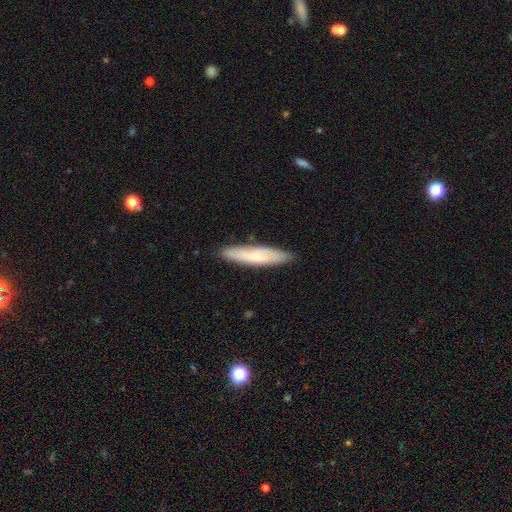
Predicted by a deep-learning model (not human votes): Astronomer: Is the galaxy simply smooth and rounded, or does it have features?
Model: smooth — 66%.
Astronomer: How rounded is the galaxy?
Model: cigar-shaped — 84%.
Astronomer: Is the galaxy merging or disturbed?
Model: none — 86%.